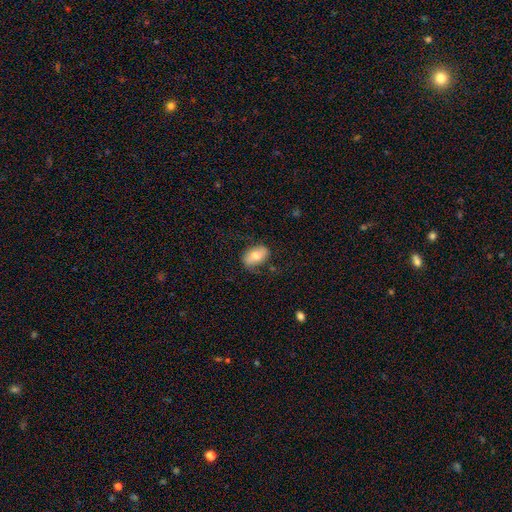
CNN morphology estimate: Smooth or featured: smooth — 68% (featured or disk — 25%)
How rounded: in between — 89% (round — 9%)
Merging: none — 76% (minor disturbance — 17%)